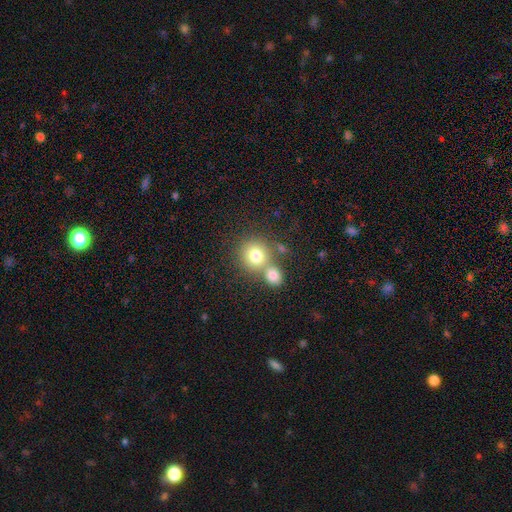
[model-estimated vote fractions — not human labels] This is likely a smooth galaxy (78%). How rounded: clearly round (86%). Merging: possibly none (50%).